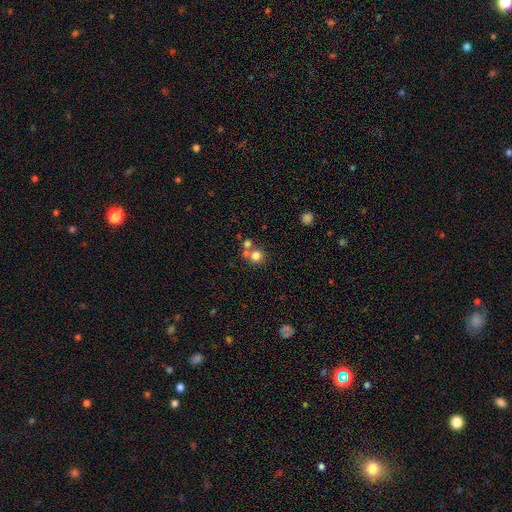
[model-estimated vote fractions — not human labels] Smooth or featured? smooth (77%)
How rounded? round (90%)
Merging? none (56%)